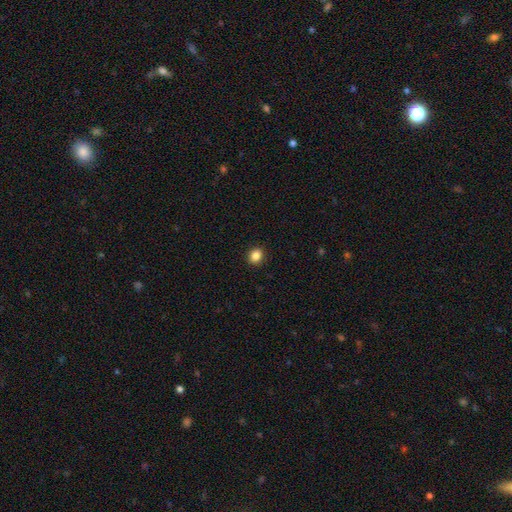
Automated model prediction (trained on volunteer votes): This is clearly a smooth galaxy (86%). How rounded: likely round (65%). Merging: clearly none (92%).